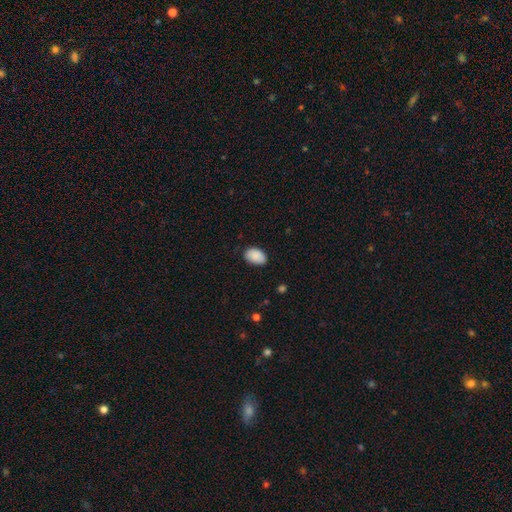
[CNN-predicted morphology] This is clearly a smooth galaxy (90%). How rounded: clearly in between (90%). Merging: clearly none (81%).